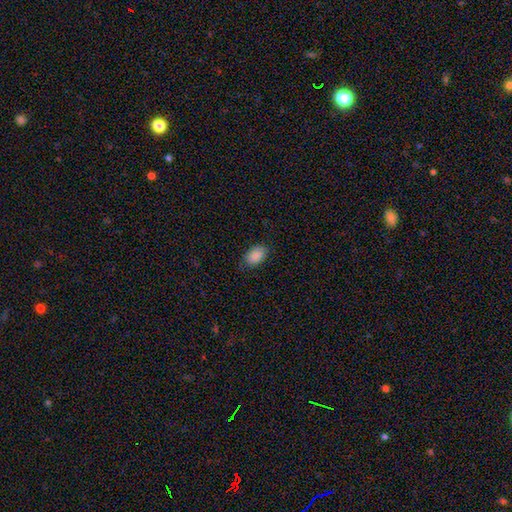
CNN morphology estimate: type=smooth (89%); roundness=in between (91%); merging=none (82%).